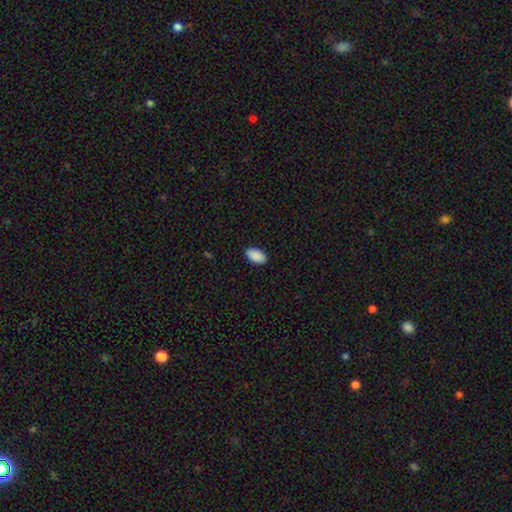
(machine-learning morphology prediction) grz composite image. It shows a smooth galaxy with no disk features (91%) that is in between round and cigar-shaped (95%). Merging: none (89%).